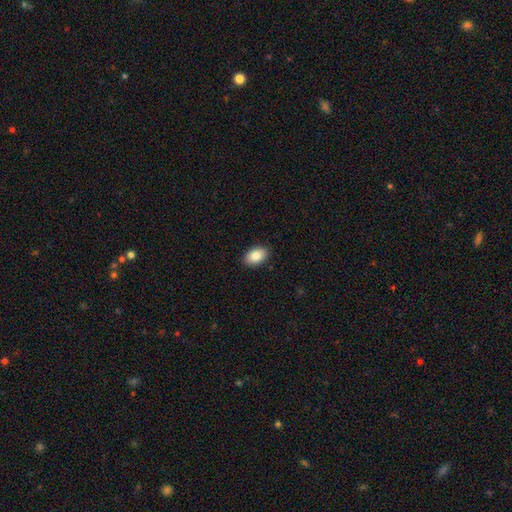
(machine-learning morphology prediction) Overall: smooth (85%). How rounded: in between (91%). Merging: none (90%).